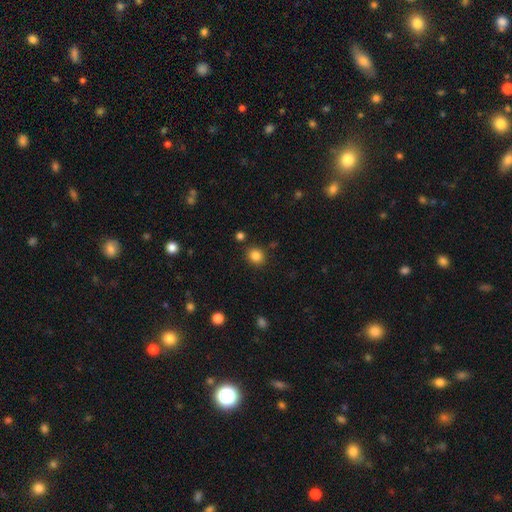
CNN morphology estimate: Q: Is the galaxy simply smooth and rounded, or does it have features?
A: smooth — 84%.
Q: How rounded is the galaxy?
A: round — 79%.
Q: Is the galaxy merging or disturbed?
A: none — 86%.